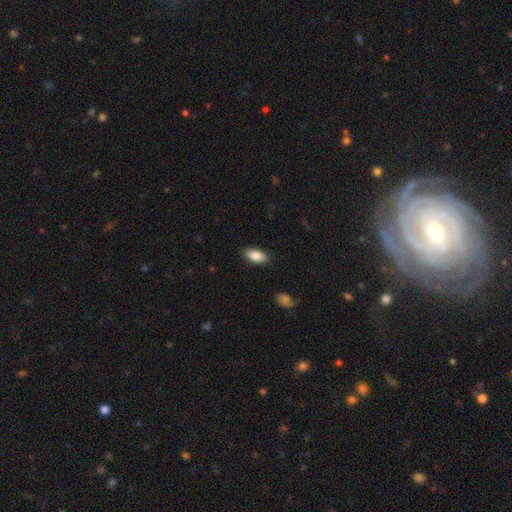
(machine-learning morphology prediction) smooth_or_featured: smooth (p=0.85) [alt: featured or disk p=0.08]
how_rounded: in between (p=0.90) [alt: cigar-shaped p=0.08]
merging: none (p=0.87) [alt: minor disturbance p=0.10]